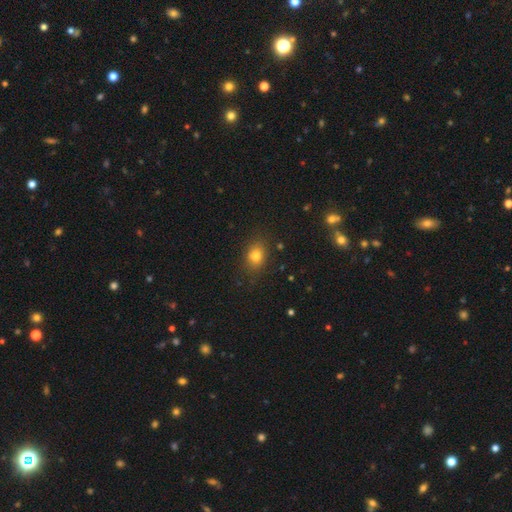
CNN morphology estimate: Overall: smooth (78%). How rounded: in between (56%; round 43%). Merging: none (81%).